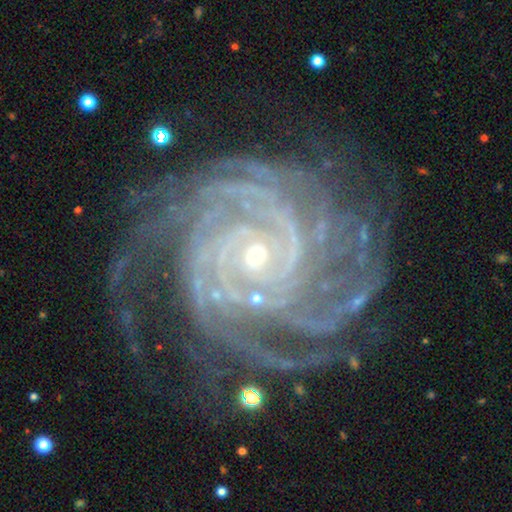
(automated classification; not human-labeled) Smooth or featured? Predicted: featured or disk (p=0.92). Edge-on disk? Predicted: no (p=0.98). Bar? Predicted: no (p=0.65). Spiral arms? Predicted: yes (p=0.99). Spiral winding? Predicted: tight (p=0.79). Spiral arm count? Predicted: 4 (p=0.23, tied with more than 4). Bulge size? Predicted: small (p=0.75). Merging? Predicted: none (p=0.69).